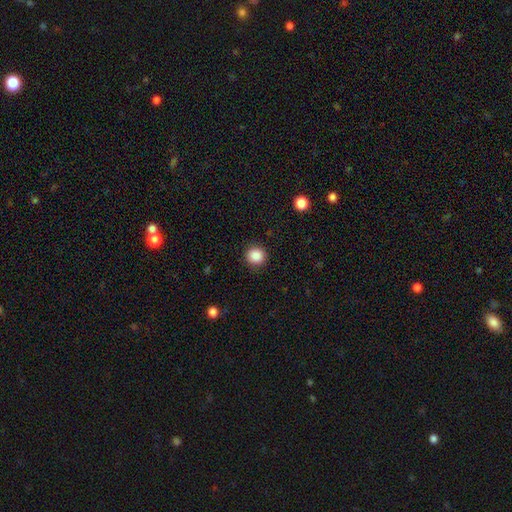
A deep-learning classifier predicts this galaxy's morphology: Smooth or featured: smooth — 87% (star or artifact — 10%)
How rounded: round — 93% (in between — 6%)
Merging: none — 90% (minor disturbance — 7%)